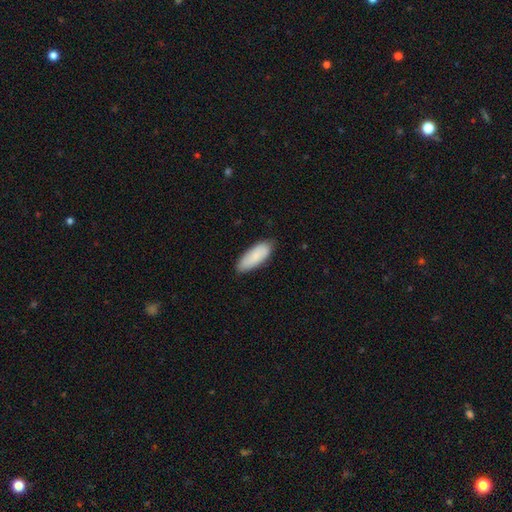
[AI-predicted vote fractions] smooth 87%, featured or disk 8%, star or artifact 6%. Down the decision tree: how rounded — in between (74%); merging — none (81%).